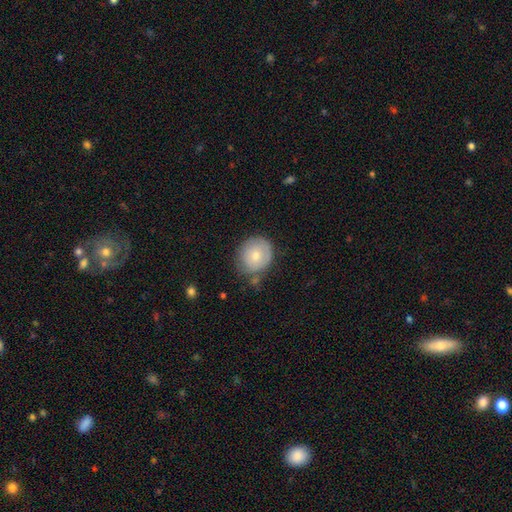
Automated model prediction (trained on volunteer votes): Morphology: type=smooth (73%); roundness=round (80%); merging=none (64%).